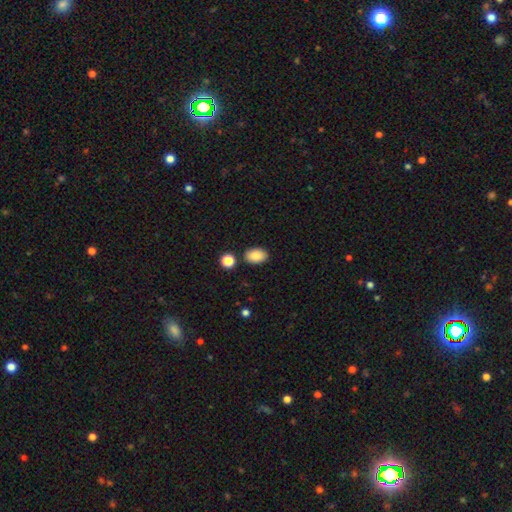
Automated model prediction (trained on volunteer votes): Q: Smooth or featured?
A: smooth (88%); runner-up: star or artifact (8%)
Q: How rounded?
A: in between (88%); runner-up: round (10%)
Q: Merging?
A: none (84%); runner-up: minor disturbance (10%)